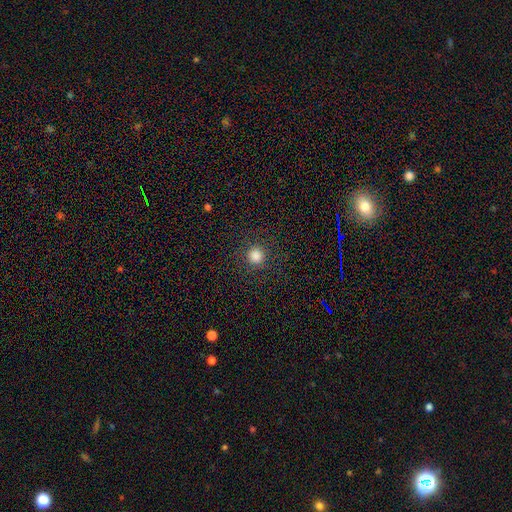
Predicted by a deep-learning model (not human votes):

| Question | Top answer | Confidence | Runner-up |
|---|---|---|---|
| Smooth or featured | smooth | 82% | star or artifact (13%) |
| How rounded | round | 95% | in between (4%) |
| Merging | none | 88% | minor disturbance (7%) |